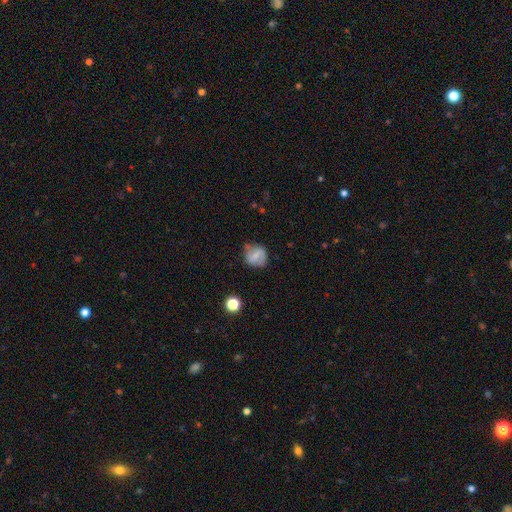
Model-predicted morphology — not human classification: smooth 57%, featured or disk 33%, star or artifact 10%. Down the decision tree: how rounded — round (76%); merging — none (68%).